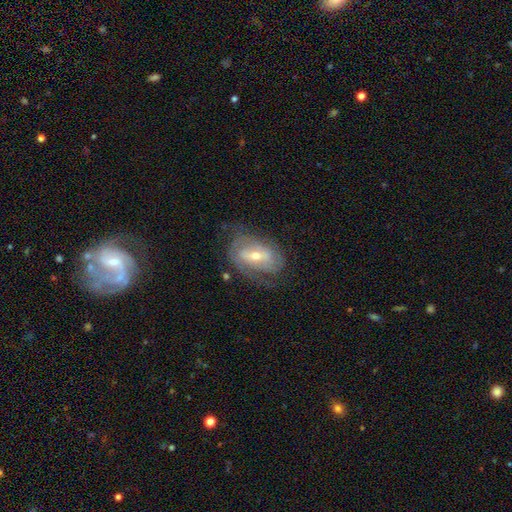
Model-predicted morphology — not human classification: The model was most divided on "bar": strong: 40%, weak: 39%, no: 21%. Remaining: edge-on disk — no (93%); spiral arms — yes (80%); smooth or featured — featured or disk (76%); merging — none (64%); spiral arm count — 2 (57%); bulge size — moderate (55%); spiral winding — tight (45%).